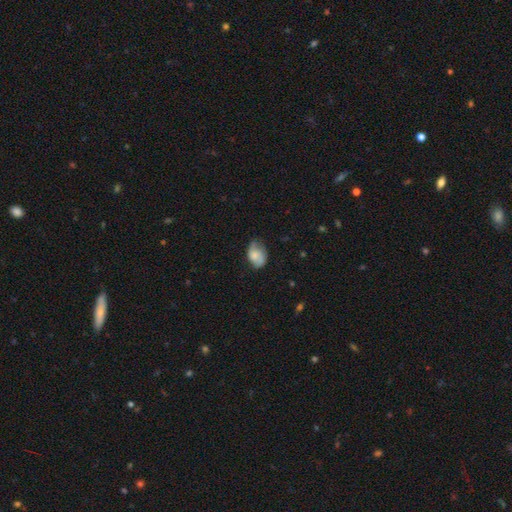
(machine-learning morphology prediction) Smooth or featured? Predicted: smooth (p=0.62). How rounded? Predicted: in between (p=0.82). Merging? Predicted: none (p=0.49).